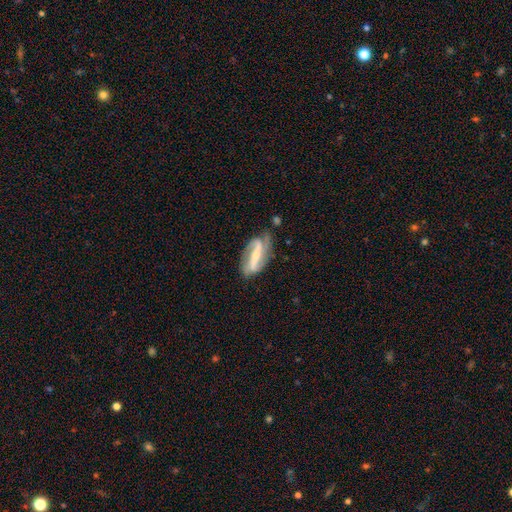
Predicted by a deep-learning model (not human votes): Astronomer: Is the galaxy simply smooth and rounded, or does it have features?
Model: featured or disk — 81%.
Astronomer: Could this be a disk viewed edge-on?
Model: no — 92%.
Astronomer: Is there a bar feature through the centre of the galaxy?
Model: strong — 63%.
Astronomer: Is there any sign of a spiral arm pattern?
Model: yes — 92%.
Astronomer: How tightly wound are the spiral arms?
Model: loose — 44% (runner-up: medium, 37%).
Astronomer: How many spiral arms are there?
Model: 2 — 83%.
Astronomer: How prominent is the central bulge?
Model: small — 57% (runner-up: moderate, 33%).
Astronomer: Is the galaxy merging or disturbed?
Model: none — 63%.